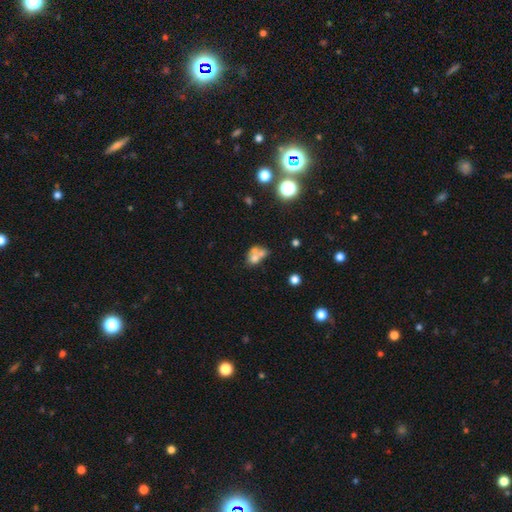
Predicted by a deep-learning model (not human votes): This appears to be a smooth galaxy with no disk features (58%) that is round (51%). Merging: merger (62%).